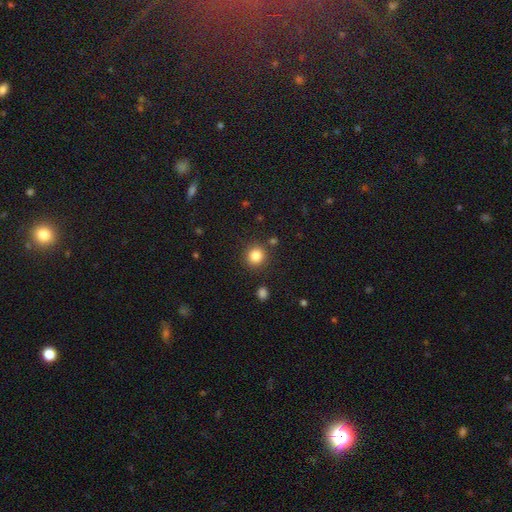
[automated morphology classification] Smooth or featured? Predicted: smooth (p=0.83). How rounded? Predicted: round (p=0.90). Merging? Predicted: none (p=0.87).